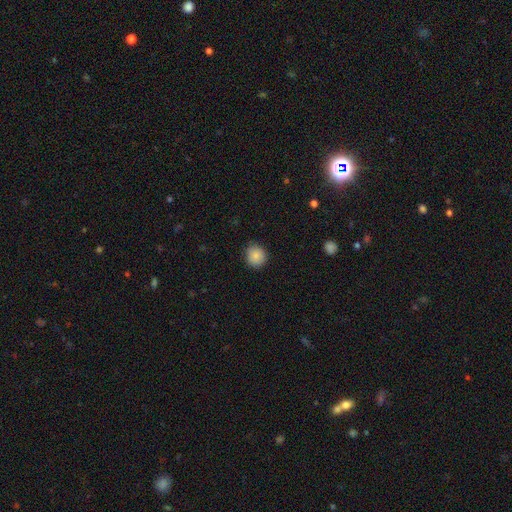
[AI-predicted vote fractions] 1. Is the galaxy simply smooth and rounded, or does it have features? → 86% smooth, 8% star or artifact, 6% featured or disk.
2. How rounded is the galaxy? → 86% round, 13% in between, 1% cigar-shaped.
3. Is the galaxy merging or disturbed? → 85% none, 12% minor disturbance, 2% major disturbance, 1% merger.